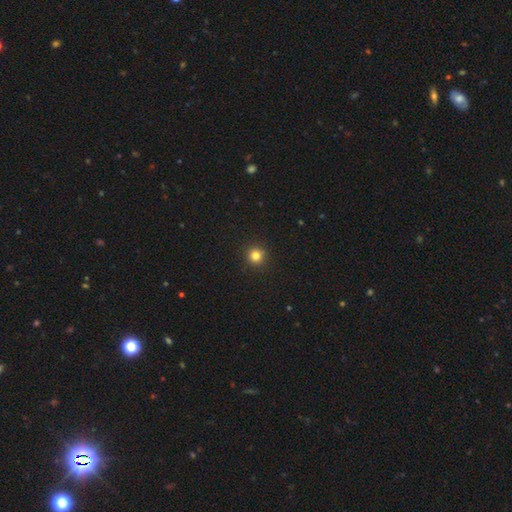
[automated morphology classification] smooth-or-featured: smooth: 82% | star or artifact: 13% | featured or disk: 5%
  how-rounded: round: 95% | in between: 4% | cigar-shaped: 1%
  merging: none: 93% | minor disturbance: 5% | major disturbance: 2% | merger: 1%